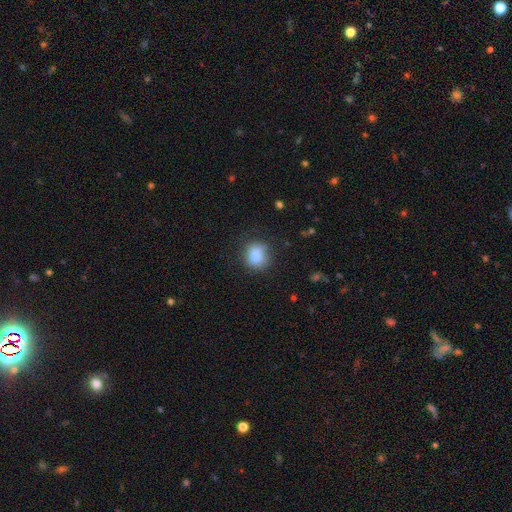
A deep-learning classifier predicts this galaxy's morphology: A smooth galaxy with no disk features (79%) that is round (72%). Merging: none (67%).